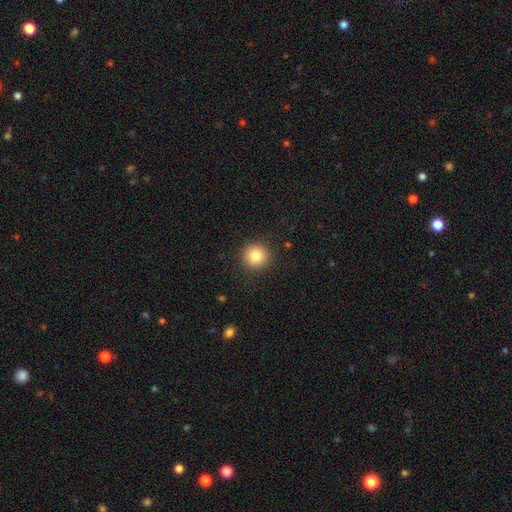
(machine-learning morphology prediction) Q: Smooth or featured?
A: smooth (83%); runner-up: star or artifact (10%)
Q: How rounded?
A: round (93%); runner-up: in between (6%)
Q: Merging?
A: none (90%); runner-up: minor disturbance (7%)